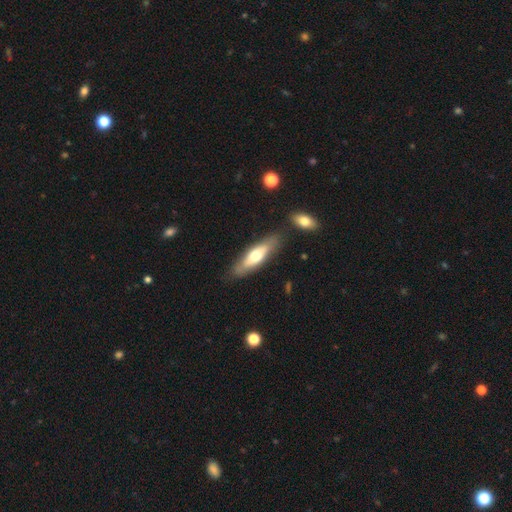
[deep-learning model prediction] smooth_or_featured: smooth (p=0.53) [alt: featured or disk p=0.42]
how_rounded: cigar-shaped (p=0.56) [alt: in between p=0.42]
merging: none (p=0.80) [alt: minor disturbance p=0.13]